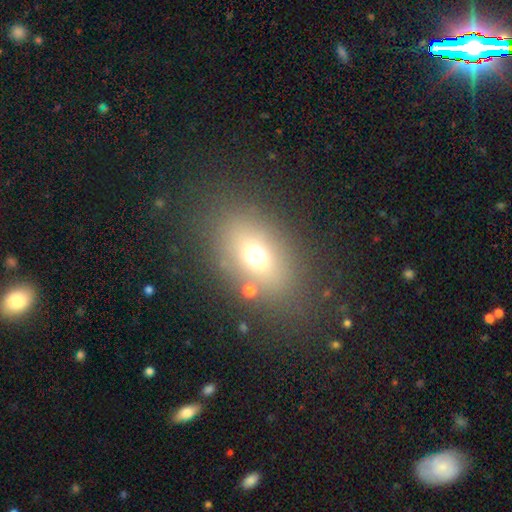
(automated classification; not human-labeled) The model was most divided on "how rounded": in between: 71%, round: 26%, cigar-shaped: 3%. More confident: merging — none (78%); smooth or featured — smooth (64%).